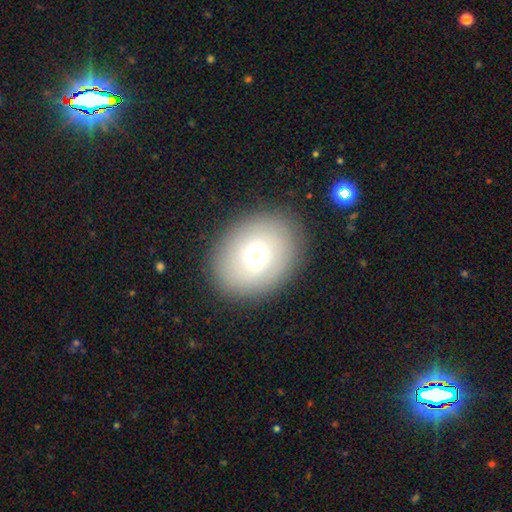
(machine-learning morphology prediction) This appears to be a smooth galaxy with no disk features (68%) that is in between round and cigar-shaped (58%). Merging: none (86%).